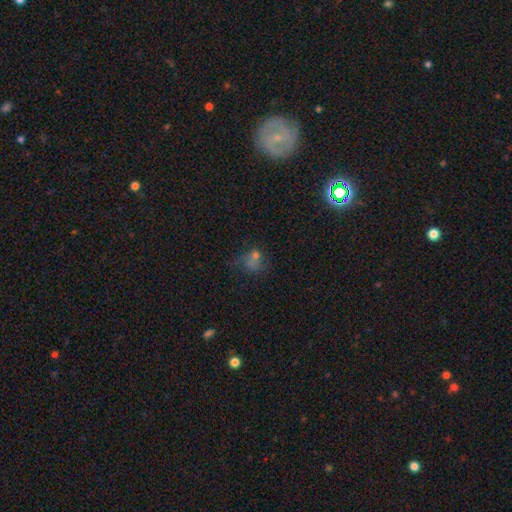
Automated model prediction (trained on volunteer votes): Smooth or featured? Predicted: smooth (p=0.49). Merging? Predicted: none (p=0.40).